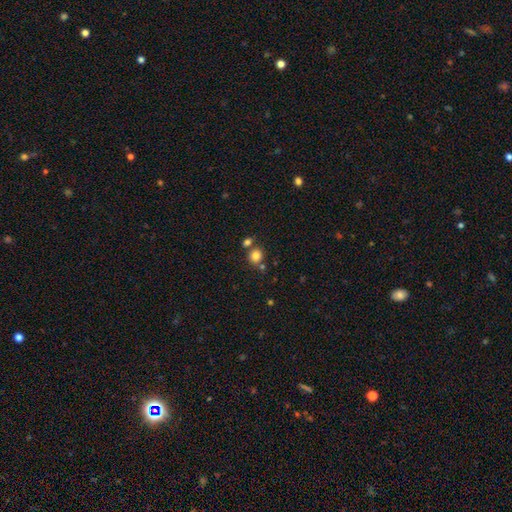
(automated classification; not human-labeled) Q: Smooth or featured?
A: smooth (82%); runner-up: star or artifact (12%)
Q: How rounded?
A: round (87%); runner-up: in between (12%)
Q: Merging?
A: none (68%); runner-up: merger (20%)